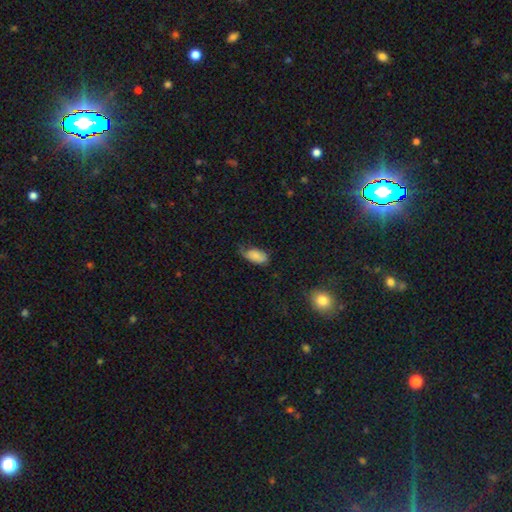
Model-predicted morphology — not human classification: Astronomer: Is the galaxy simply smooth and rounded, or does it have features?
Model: smooth — 76%.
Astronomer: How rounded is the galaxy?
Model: in between — 93%.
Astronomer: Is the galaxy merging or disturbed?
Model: none — 42% (runner-up: minor disturbance, 38%).